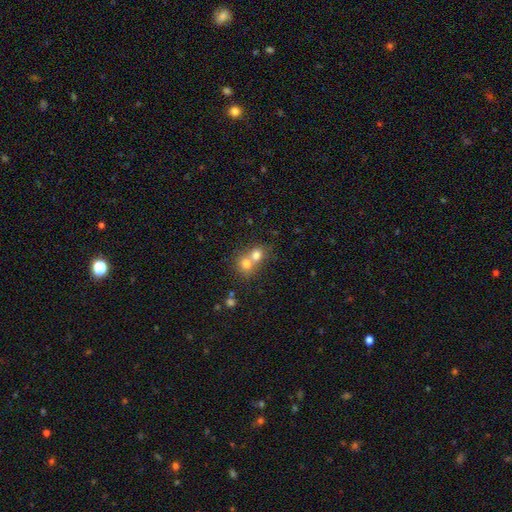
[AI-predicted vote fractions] smooth 73%, featured or disk 15%, star or artifact 12%. Down the decision tree: how rounded — round (75%); merging — merger (66%).